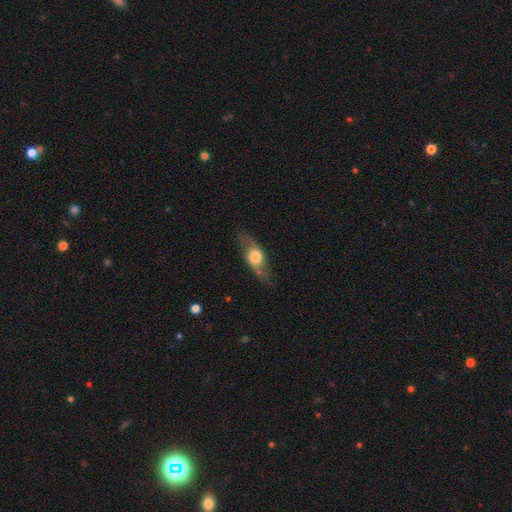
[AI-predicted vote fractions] Smooth or featured: featured or disk — 47% (smooth — 46%)
Merging: none — 75% (minor disturbance — 16%)